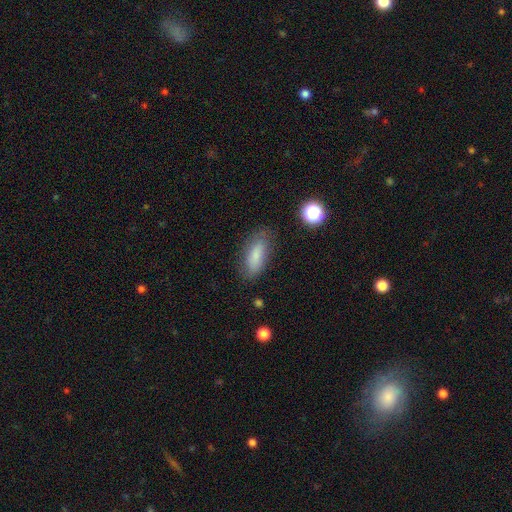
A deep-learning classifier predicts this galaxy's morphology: Smooth or featured?
  - smooth: 81% *
  - featured or disk: 11%
  - star or artifact: 8%
How rounded?
  - in between: 74% *
  - cigar-shaped: 23%
  - round: 3%
Merging?
  - none: 77% *
  - minor disturbance: 16%
  - major disturbance: 5%
  - merger: 2%